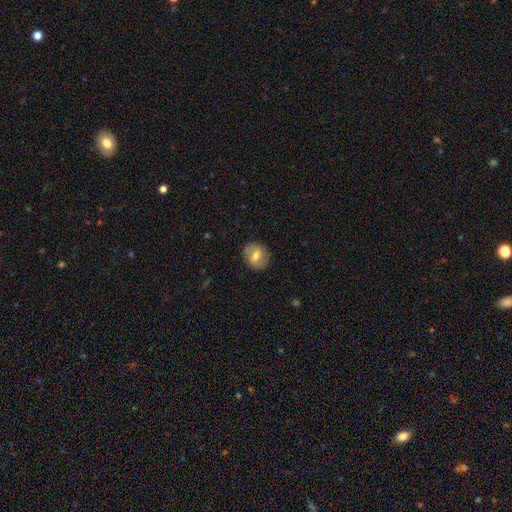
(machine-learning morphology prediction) Smooth or featured? smooth (60%)
How rounded? round (74%)
Merging? none (85%)